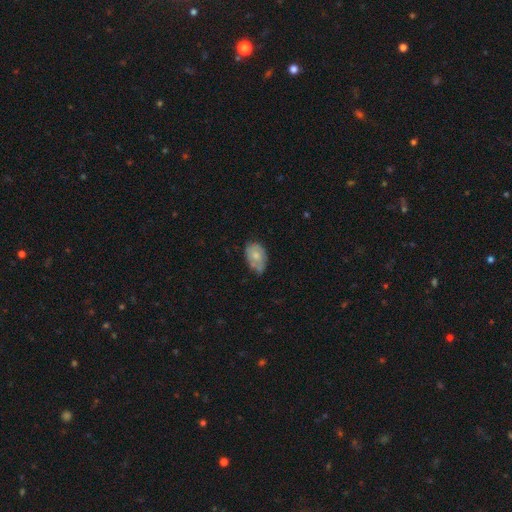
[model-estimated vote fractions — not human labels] A smooth galaxy with no disk features (56%) that is in between round and cigar-shaped (85%).

Vote fractions:
- Smooth or featured? smooth: 56% / featured or disk: 37% / star or artifact: 7%
- How rounded? in between: 85% / round: 13% / cigar-shaped: 1%
- Merging? none: 46% / minor disturbance: 39% / major disturbance: 10% / merger: 6%